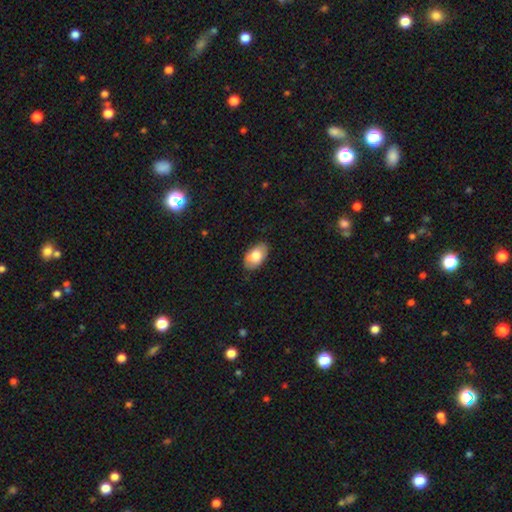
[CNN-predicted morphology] type=smooth (77%); roundness=in between (94%); merging=none (84%).